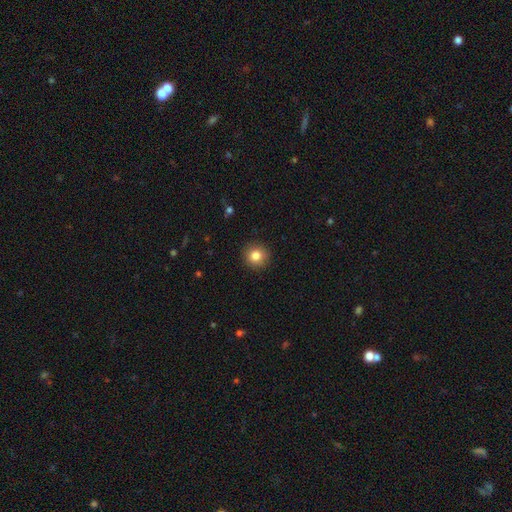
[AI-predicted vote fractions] Q: Smooth or featured?
A: smooth (84%); runner-up: star or artifact (10%)
Q: How rounded?
A: round (94%); runner-up: in between (5%)
Q: Merging?
A: none (92%); runner-up: minor disturbance (5%)